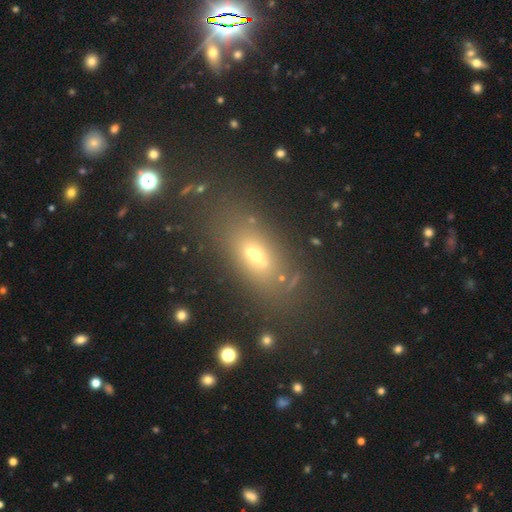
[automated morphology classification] Smooth or featured?
  - smooth: 59% *
  - star or artifact: 22%
  - featured or disk: 20%
How rounded?
  - in between: 73% *
  - cigar-shaped: 17%
  - round: 10%
Merging?
  - none: 77% *
  - minor disturbance: 12%
  - major disturbance: 6%
  - merger: 5%